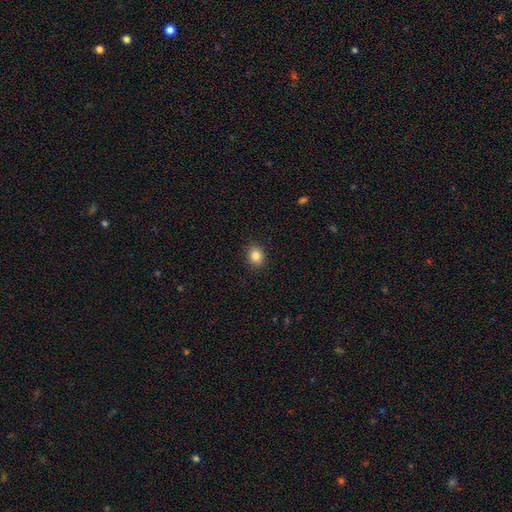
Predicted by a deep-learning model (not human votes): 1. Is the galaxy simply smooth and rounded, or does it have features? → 85% smooth, 10% star or artifact, 5% featured or disk.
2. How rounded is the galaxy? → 65% round, 34% in between, 1% cigar-shaped.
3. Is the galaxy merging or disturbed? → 90% none, 7% minor disturbance, 2% major disturbance, 1% merger.